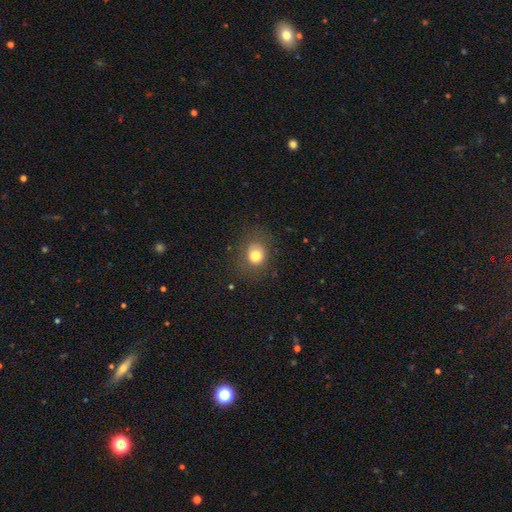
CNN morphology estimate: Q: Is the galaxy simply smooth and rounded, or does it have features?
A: smooth — 77%.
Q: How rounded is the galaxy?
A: round — 65%.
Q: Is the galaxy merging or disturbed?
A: none — 76%.